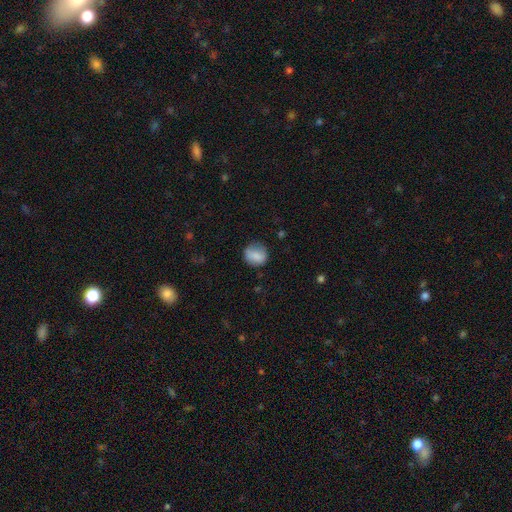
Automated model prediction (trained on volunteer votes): Q: Smooth or featured?
A: smooth (82%); runner-up: featured or disk (10%)
Q: How rounded?
A: round (74%); runner-up: in between (25%)
Q: Merging?
A: none (73%); runner-up: minor disturbance (19%)